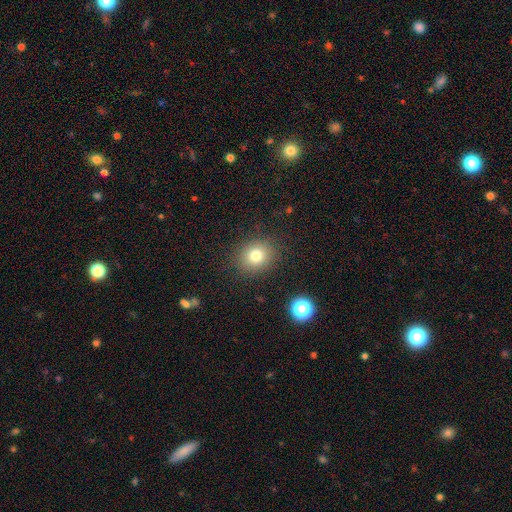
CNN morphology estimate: A smooth galaxy with no disk features (78%) that is round (68%). Merging: none (86%).